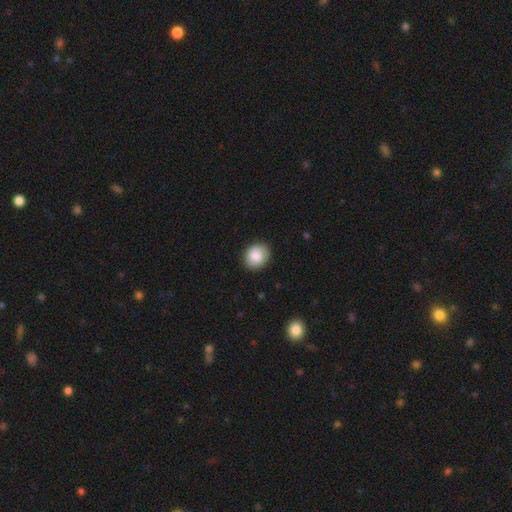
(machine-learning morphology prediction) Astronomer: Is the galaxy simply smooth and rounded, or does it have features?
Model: smooth — 87%.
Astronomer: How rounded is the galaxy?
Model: round — 68%.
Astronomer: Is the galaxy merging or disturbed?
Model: none — 89%.